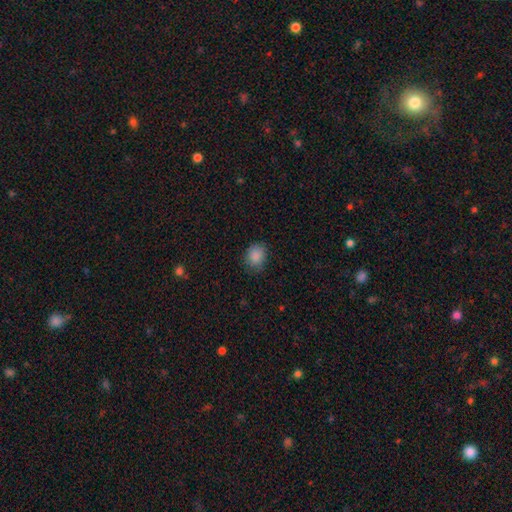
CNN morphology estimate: A smooth galaxy with no disk features (88%) that is round (55%). Merging: none (78%).